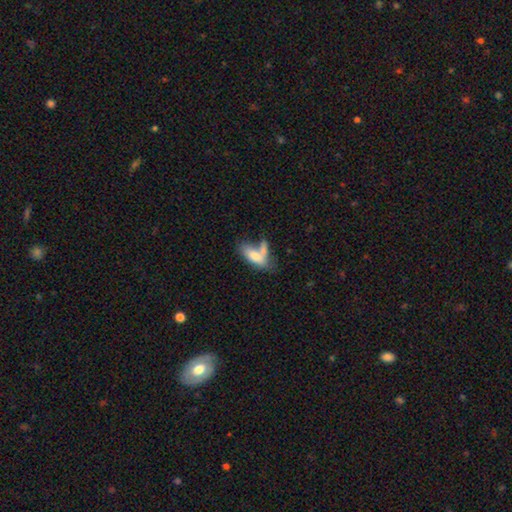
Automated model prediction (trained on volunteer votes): Smooth or featured? smooth (74%)
How rounded? in between (76%)
Merging? merger (43%)